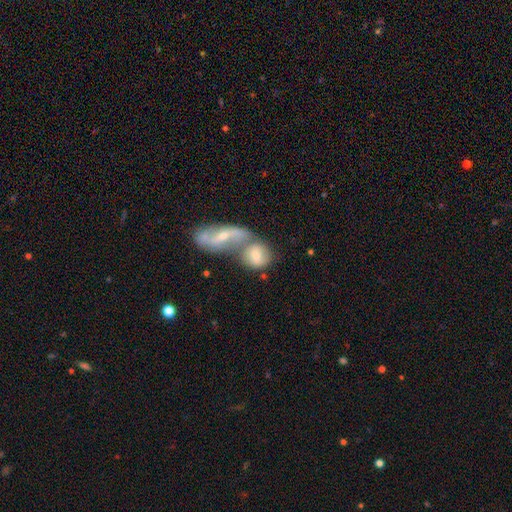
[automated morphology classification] smooth_or_featured: smooth (p=0.57) [alt: featured or disk p=0.36]
how_rounded: round (p=0.59) [alt: in between p=0.38]
merging: merger (p=0.58) [alt: none p=0.28]